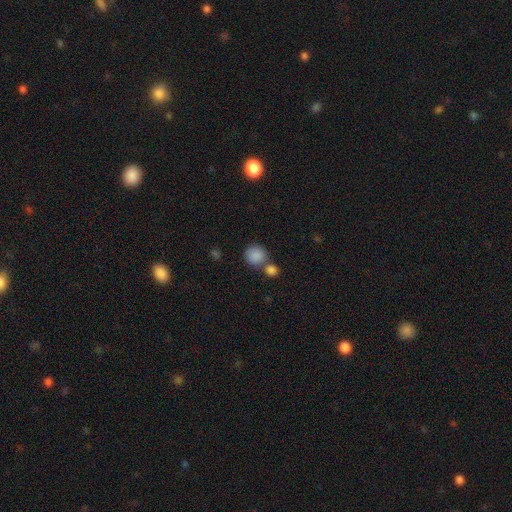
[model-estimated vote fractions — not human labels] smooth 86%, star or artifact 9%, featured or disk 5%. Down the decision tree: how rounded — round (88%); merging — none (57%).